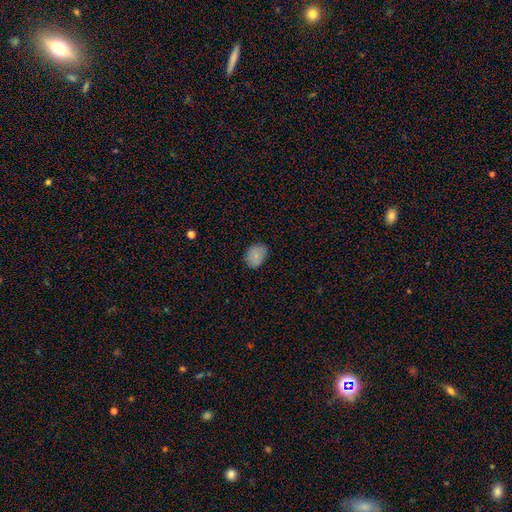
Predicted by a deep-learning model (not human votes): Smooth or featured? smooth (82%)
How rounded? in between (65%)
Merging? none (81%)